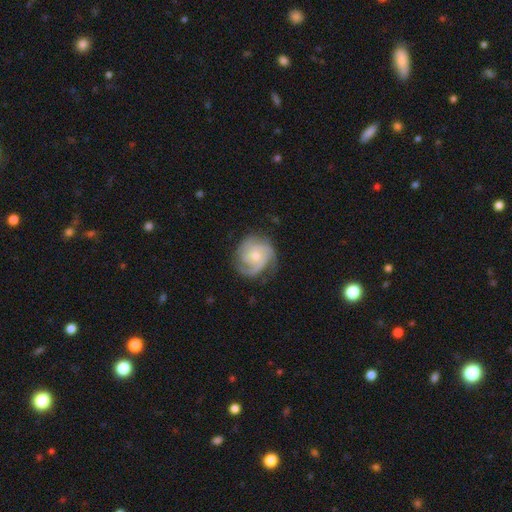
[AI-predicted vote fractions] A featured or disk galaxy (86%) with no bar (72%), 3 (53%) tight (57%) spiral arms (98%) and a small central bulge (49%). Merging: none (75%).